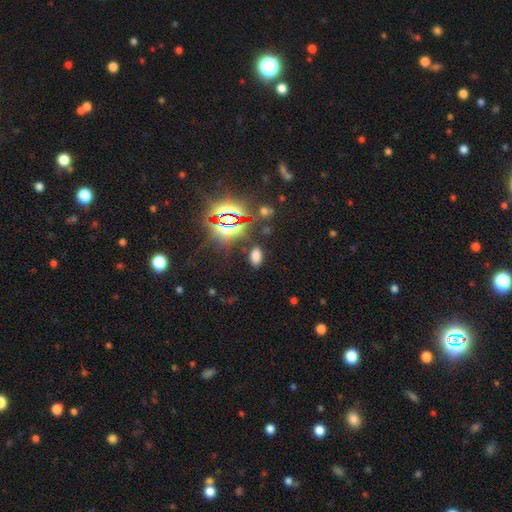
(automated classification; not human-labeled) Q: Smooth or featured?
A: smooth (63%); runner-up: star or artifact (31%)
Q: How rounded?
A: in between (91%); runner-up: round (6%)
Q: Merging?
A: none (85%); runner-up: minor disturbance (9%)